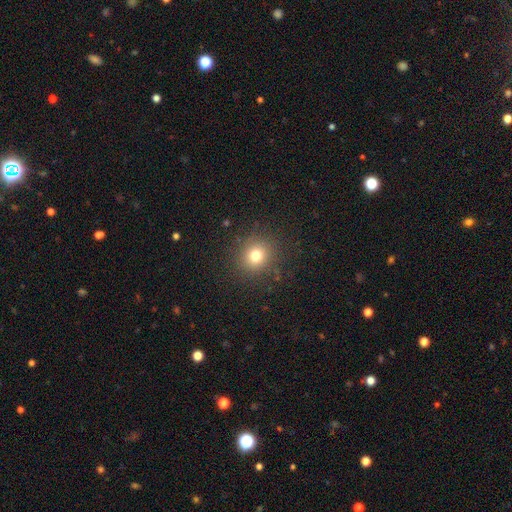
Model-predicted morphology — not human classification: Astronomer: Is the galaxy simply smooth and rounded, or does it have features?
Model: smooth — 76%.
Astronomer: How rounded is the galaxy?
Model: round — 87%.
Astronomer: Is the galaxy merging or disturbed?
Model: none — 88%.